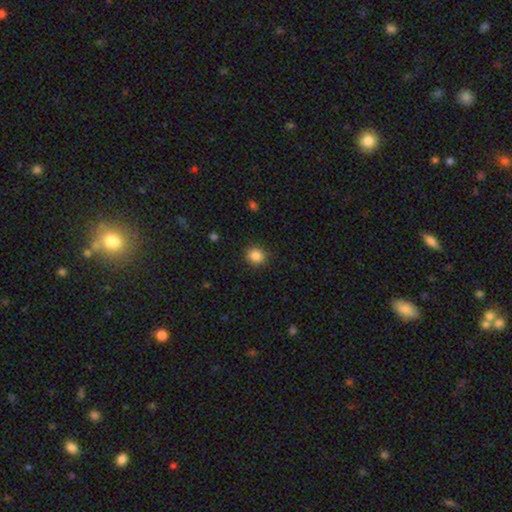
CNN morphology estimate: smooth-or-featured: smooth: 86% | star or artifact: 10% | featured or disk: 4%
  how-rounded: round: 83% | in between: 16% | cigar-shaped: 1%
  merging: none: 88% | minor disturbance: 8% | major disturbance: 3% | merger: 1%